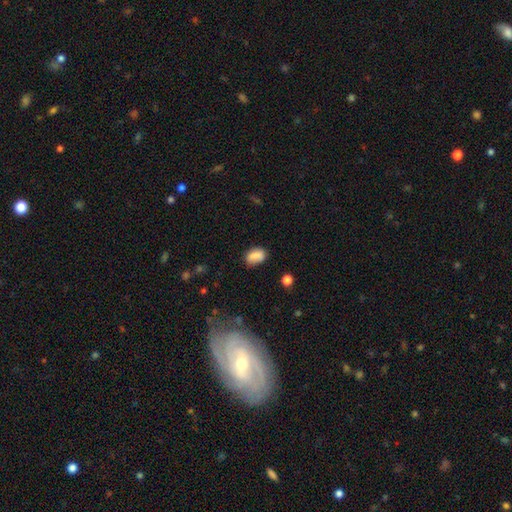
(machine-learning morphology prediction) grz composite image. It shows a smooth galaxy with no disk features (83%) that is in between round and cigar-shaped (85%). Merging: none (71%).